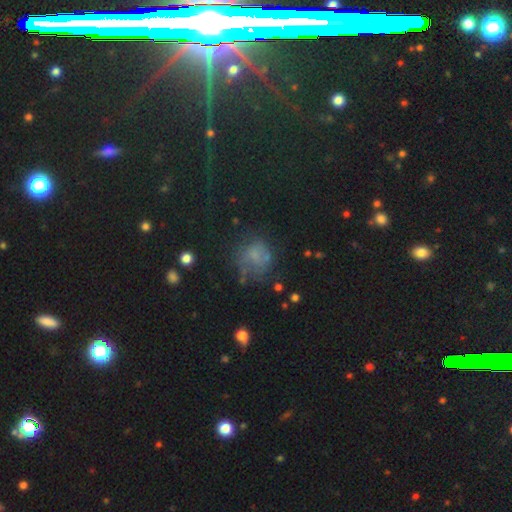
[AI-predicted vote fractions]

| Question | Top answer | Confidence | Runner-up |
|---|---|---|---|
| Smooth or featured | smooth | 53% | star or artifact (24%) |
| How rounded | round | 75% | in between (24%) |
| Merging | none | 50% | minor disturbance (25%) |